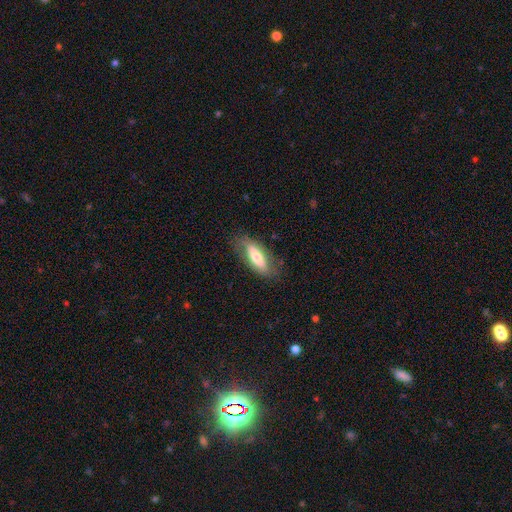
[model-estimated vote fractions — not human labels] Smooth or featured? Predicted: smooth (p=0.57). How rounded? Predicted: in between (p=0.71). Merging? Predicted: none (p=0.75).